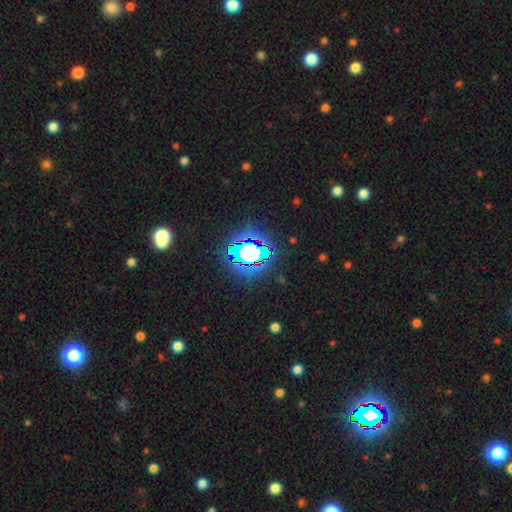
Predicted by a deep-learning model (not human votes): Smooth or featured: star or artifact — 77% (smooth — 14%)